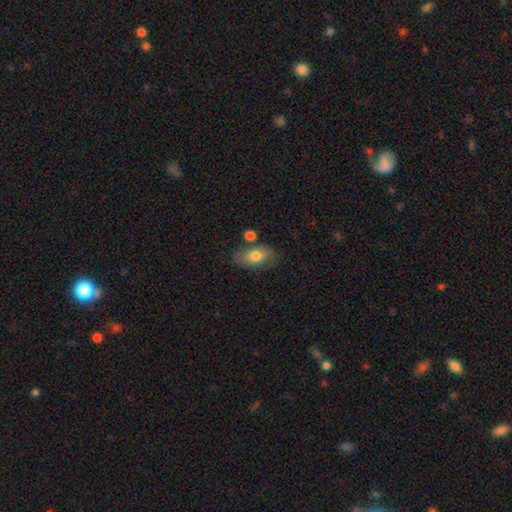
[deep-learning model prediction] smooth 75%, featured or disk 18%, star or artifact 7%. Down the decision tree: how rounded — in between (90%); merging — none (69%).